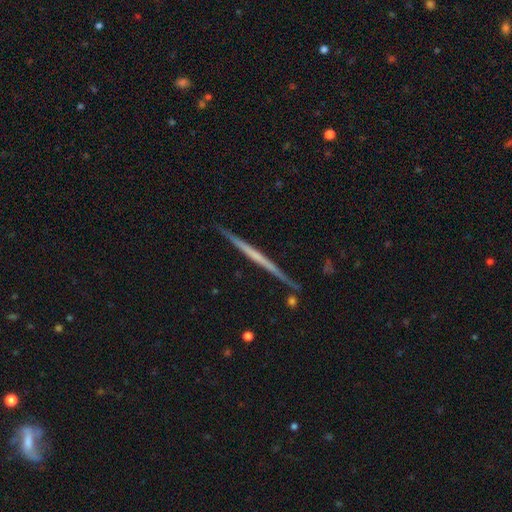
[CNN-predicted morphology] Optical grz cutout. It shows a featured or disk galaxy (69%) viewed edge-on (98%) with no central bulge (82%). Merging: none (90%).